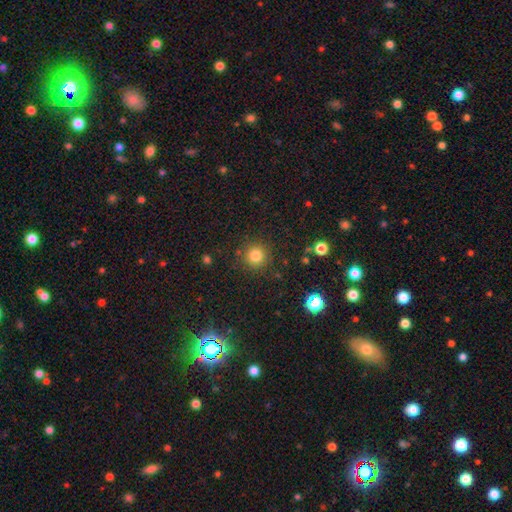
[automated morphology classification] Smooth or featured? smooth (81%)
How rounded? round (94%)
Merging? none (88%)